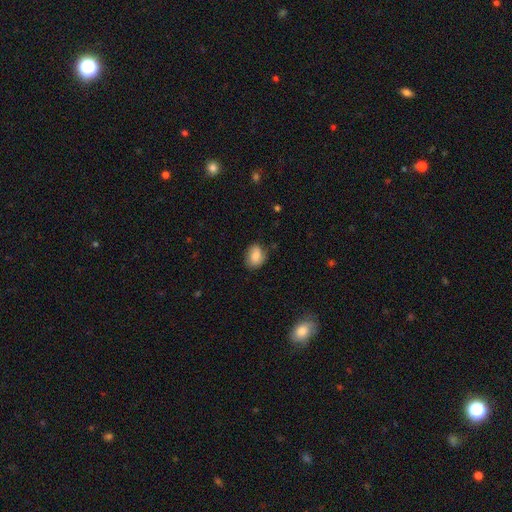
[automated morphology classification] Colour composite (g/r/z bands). It shows a smooth galaxy with no disk features (79%) that is in between round and cigar-shaped (68%). Merging: none (70%).